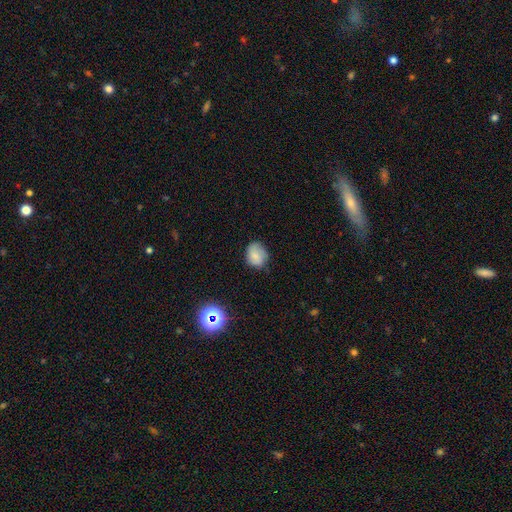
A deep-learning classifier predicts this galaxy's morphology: smooth-or-featured: smooth: 77% | featured or disk: 13% | star or artifact: 10%
  how-rounded: round: 60% | in between: 39% | cigar-shaped: 1%
  merging: none: 65% | minor disturbance: 27% | major disturbance: 6% | merger: 1%